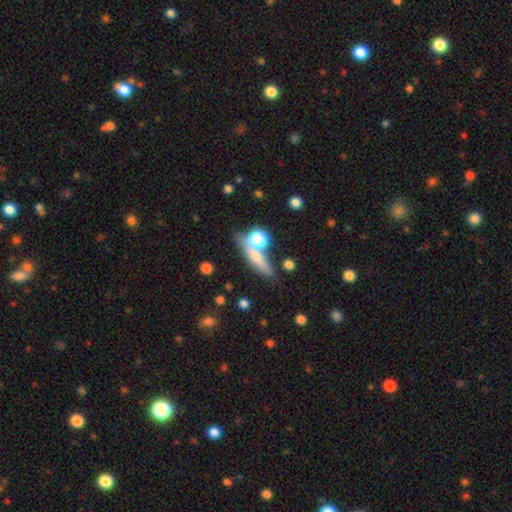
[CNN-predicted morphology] The model was most divided on "smooth or featured": smooth: 61%, featured or disk: 27%, star or artifact: 12%. More confident: how rounded — cigar-shaped (63%); merging — none (60%).